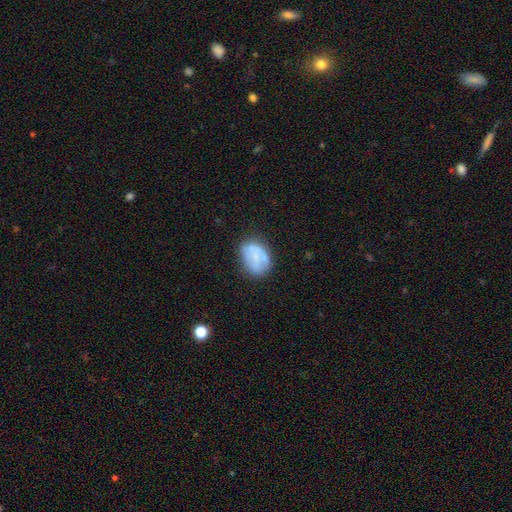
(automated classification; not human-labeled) Smooth or featured?
  - smooth: 61% *
  - featured or disk: 30%
  - star or artifact: 9%
How rounded?
  - in between: 69% *
  - round: 30%
  - cigar-shaped: 1%
Merging?
  - none: 57% *
  - minor disturbance: 28%
  - major disturbance: 12%
  - merger: 3%